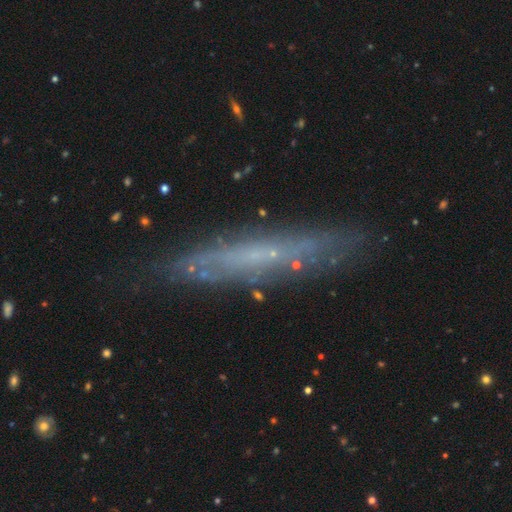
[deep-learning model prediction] Q: Smooth or featured?
A: featured or disk (59%); runner-up: smooth (29%)
Q: Edge-on disk?
A: yes (68%); runner-up: no (32%)
Q: Merging?
A: none (79%); runner-up: minor disturbance (15%)